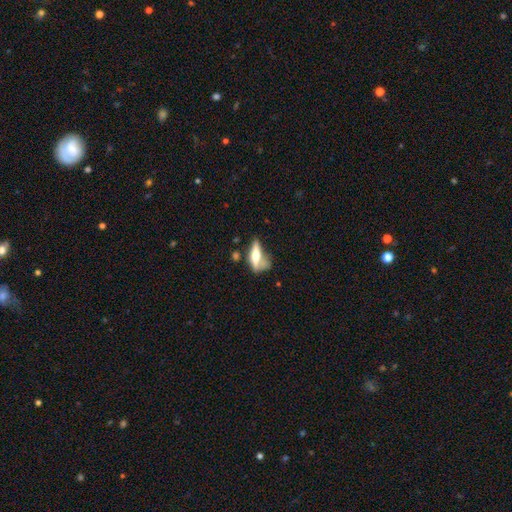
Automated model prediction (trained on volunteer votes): A smooth galaxy with no disk features (47%). Merging: none (35%).